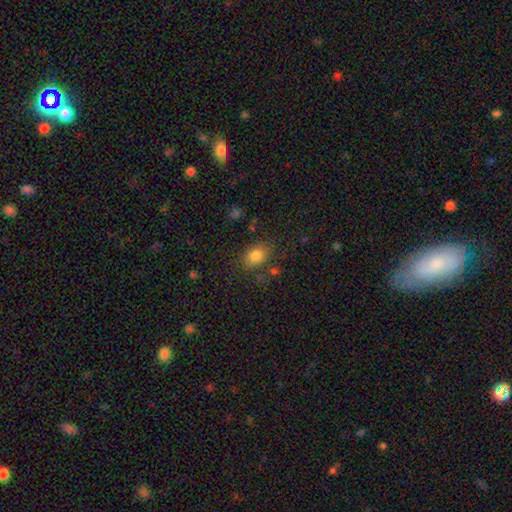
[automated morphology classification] A smooth galaxy with no disk features (81%) that is in between round and cigar-shaped (67%).

Vote fractions:
- Smooth or featured? smooth: 81% / star or artifact: 11% / featured or disk: 8%
- How rounded? in between: 67% / round: 32% / cigar-shaped: 1%
- Merging? none: 75% / minor disturbance: 15% / major disturbance: 5% / merger: 5%